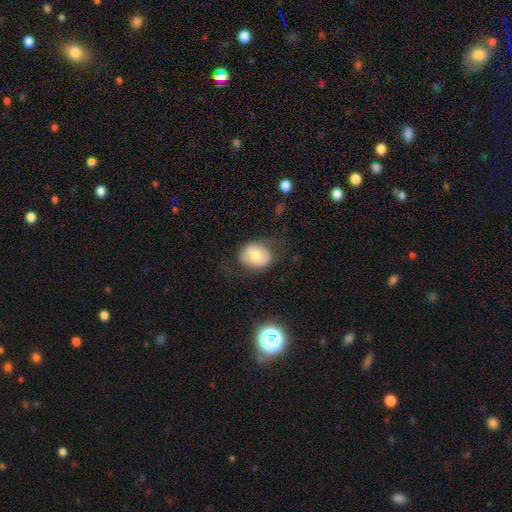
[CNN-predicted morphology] type=smooth (64%); roundness=round (52%); merging=none (67%).